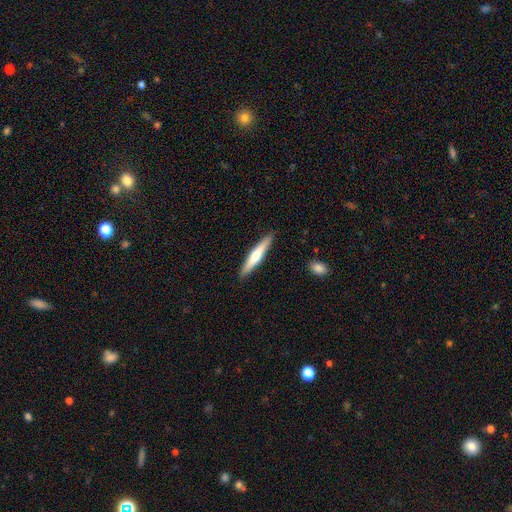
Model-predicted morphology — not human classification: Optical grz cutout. It shows a smooth galaxy with no disk features (50%) that is cigar-shaped (92%). Merging: none (90%).